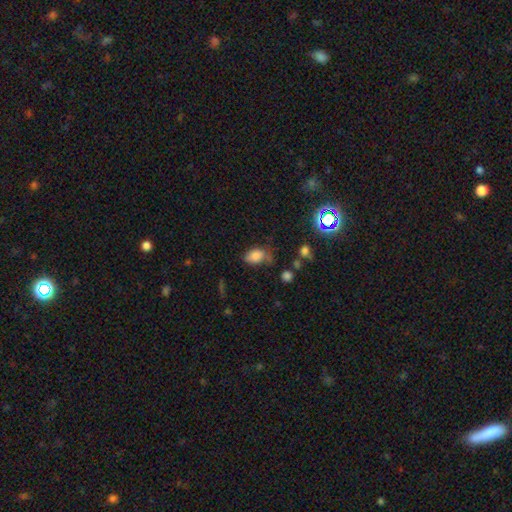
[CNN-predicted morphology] This appears to be a smooth galaxy with no disk features (79%) that is in between round and cigar-shaped (84%). Merging: none (48%).